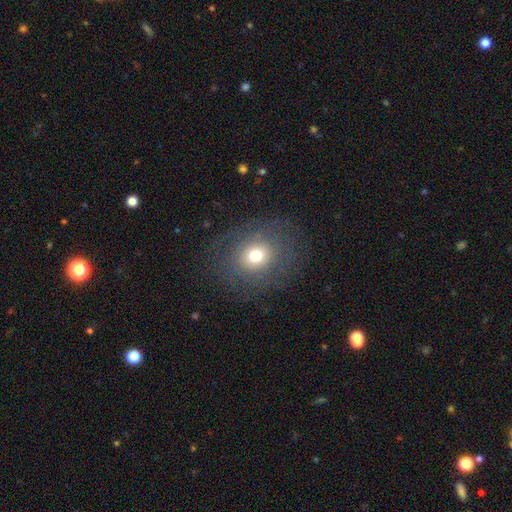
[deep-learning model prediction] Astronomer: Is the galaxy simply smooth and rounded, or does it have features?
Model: smooth — 62%.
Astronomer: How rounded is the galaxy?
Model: round — 65%.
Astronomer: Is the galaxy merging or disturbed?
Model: none — 78%.